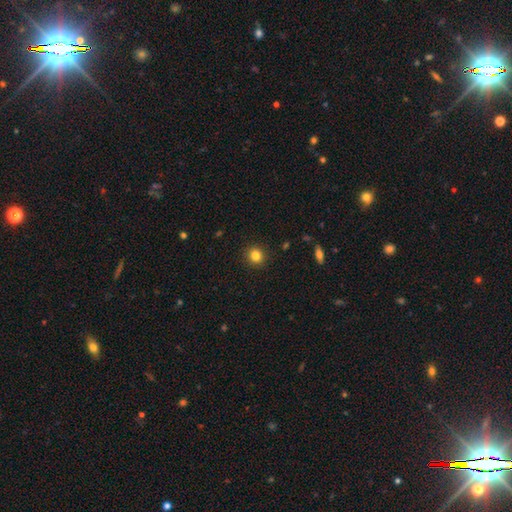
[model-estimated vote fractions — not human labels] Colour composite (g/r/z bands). It shows a smooth galaxy with no disk features (84%) that is round (88%). Merging: none (91%).